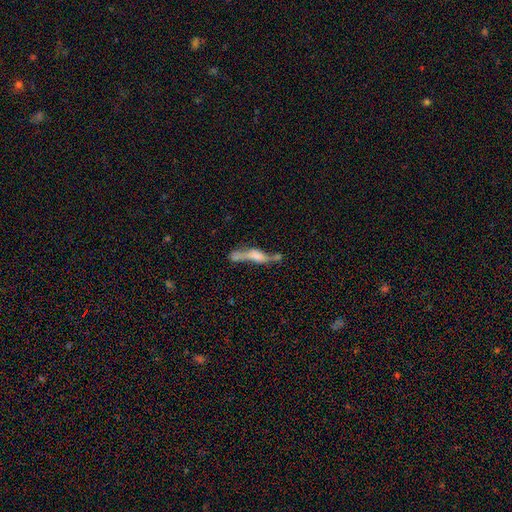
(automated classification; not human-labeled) This appears to be a featured or disk galaxy (51%) viewed edge-on (62%). Merging: merger (38%).